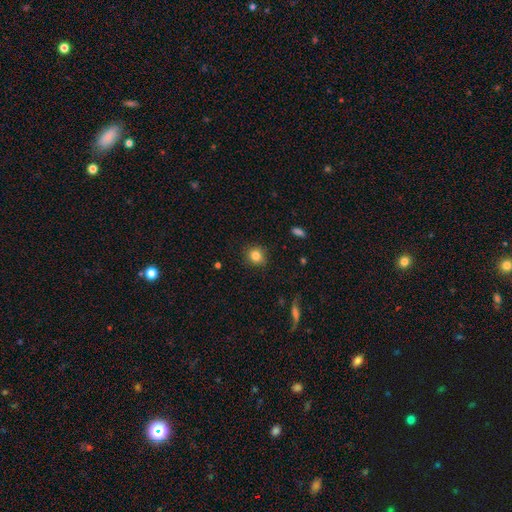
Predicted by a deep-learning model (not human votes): A smooth galaxy with no disk features (83%) that is round (83%).

Vote fractions:
- Smooth or featured? smooth: 83% / star or artifact: 11% / featured or disk: 6%
- How rounded? round: 83% / in between: 16% / cigar-shaped: 1%
- Merging? none: 87% / minor disturbance: 9% / major disturbance: 2% / merger: 1%